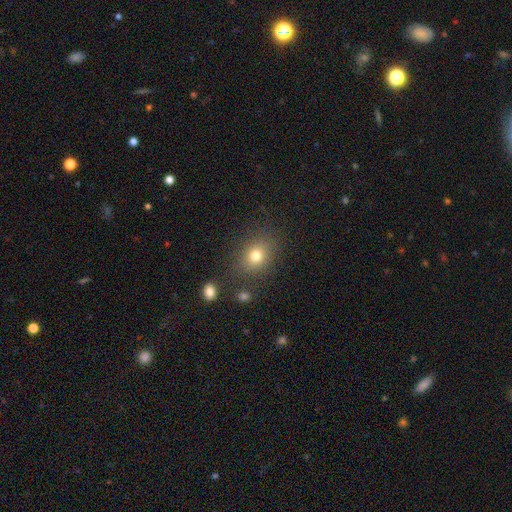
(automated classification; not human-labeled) Smooth or featured: smooth — 76% (star or artifact — 14%)
How rounded: round — 56% (in between — 43%)
Merging: none — 81% (minor disturbance — 11%)